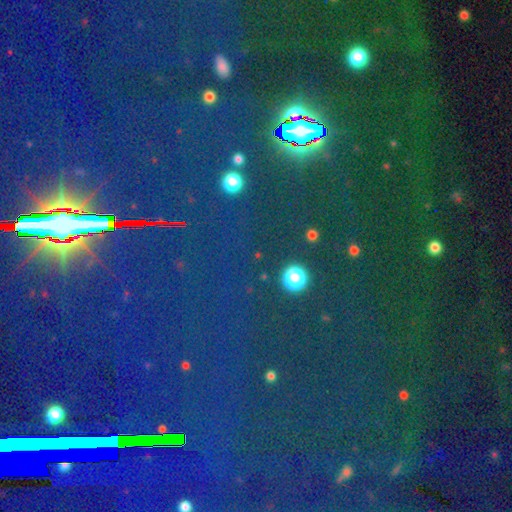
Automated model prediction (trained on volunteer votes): smooth_or_featured: star or artifact (p=0.83) [alt: smooth p=0.10]